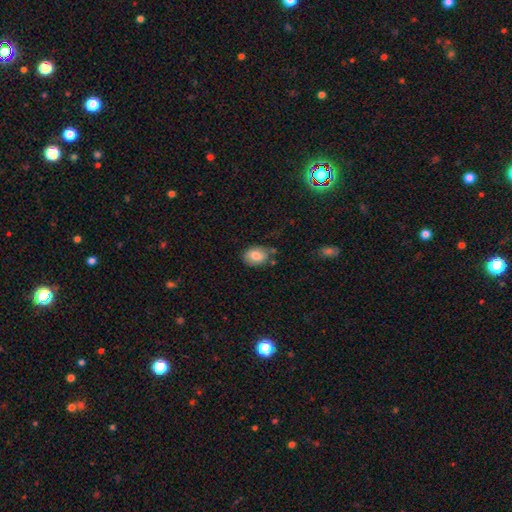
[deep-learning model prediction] Overall: smooth (81%). How rounded: in between (70%). Merging: none (72%).